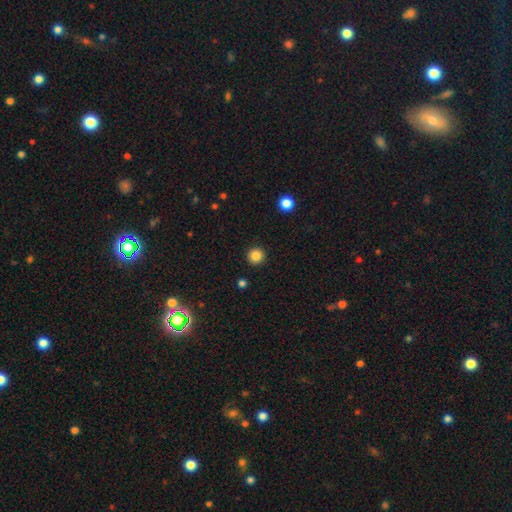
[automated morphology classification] Smooth or featured? Predicted: smooth (p=0.85). How rounded? Predicted: round (p=0.96). Merging? Predicted: none (p=0.93).